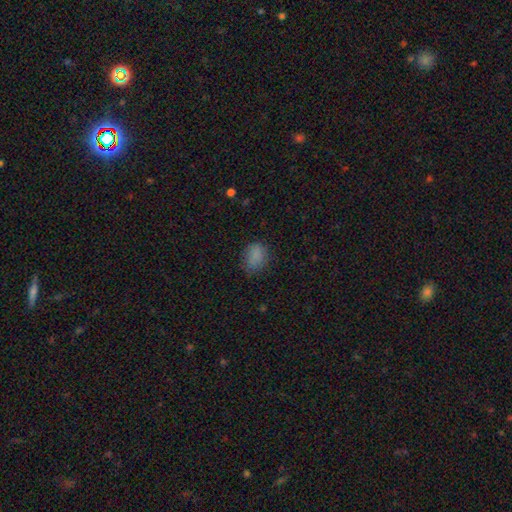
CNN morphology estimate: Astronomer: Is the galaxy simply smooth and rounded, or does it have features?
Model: smooth — 82%.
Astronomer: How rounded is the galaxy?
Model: in between — 59% (runner-up: round, 40%).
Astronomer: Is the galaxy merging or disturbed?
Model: none — 72%.